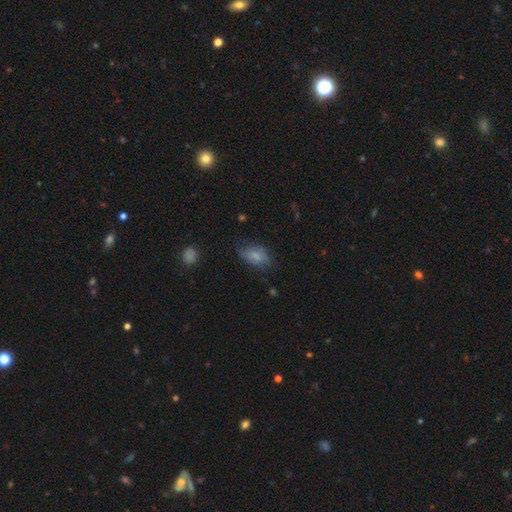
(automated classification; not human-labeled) smooth_or_featured: smooth (p=0.72) [alt: featured or disk p=0.18]
how_rounded: in between (p=0.89) [alt: round p=0.08]
merging: none (p=0.57) [alt: minor disturbance p=0.30]